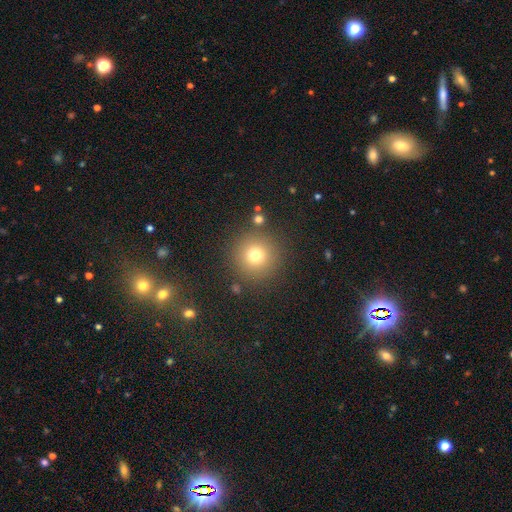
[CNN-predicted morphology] Overall: smooth (74%). How rounded: round (96%). Merging: none (86%).